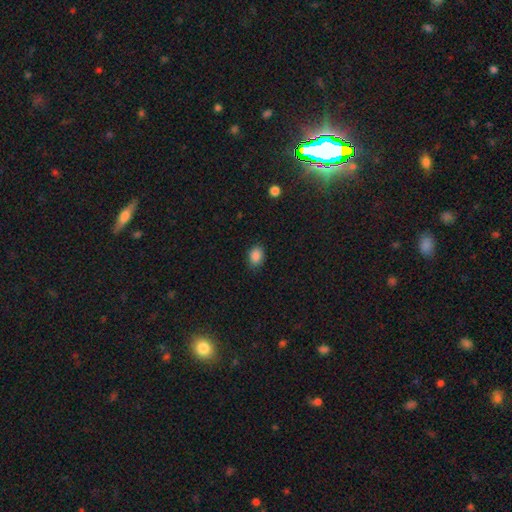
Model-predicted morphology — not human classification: Q: Smooth or featured?
A: smooth (87%); runner-up: star or artifact (10%)
Q: How rounded?
A: in between (70%); runner-up: round (29%)
Q: Merging?
A: none (85%); runner-up: minor disturbance (12%)